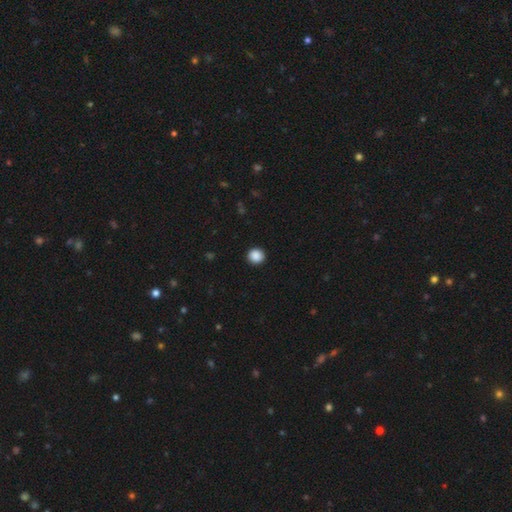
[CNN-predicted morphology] Smooth or featured? smooth (88%)
How rounded? round (92%)
Merging? none (92%)